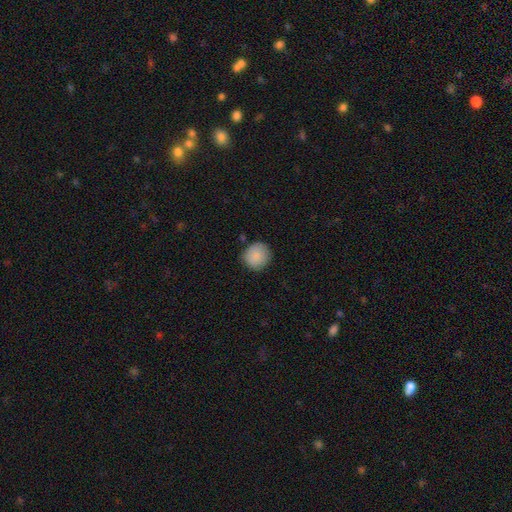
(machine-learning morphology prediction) smooth-or-featured: smooth: 89% | star or artifact: 7% | featured or disk: 4%
  how-rounded: round: 90% | in between: 9% | cigar-shaped: 1%
  merging: none: 83% | minor disturbance: 12% | major disturbance: 3% | merger: 2%